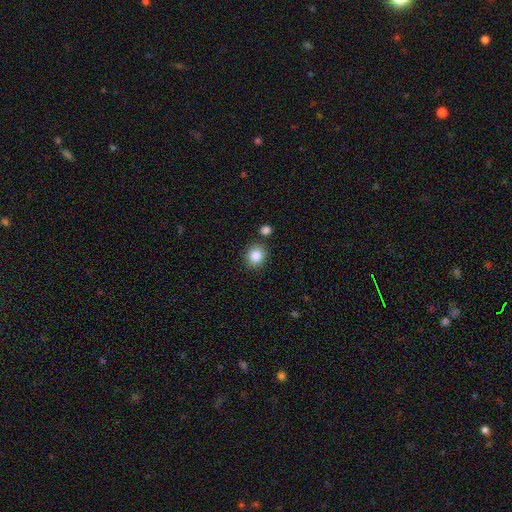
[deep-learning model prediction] A smooth galaxy with no disk features (86%) that is round (75%).

Vote fractions:
- Smooth or featured? smooth: 86% / star or artifact: 9% / featured or disk: 5%
- How rounded? round: 75% / in between: 25% / cigar-shaped: 1%
- Merging? none: 83% / minor disturbance: 9% / merger: 6% / major disturbance: 2%